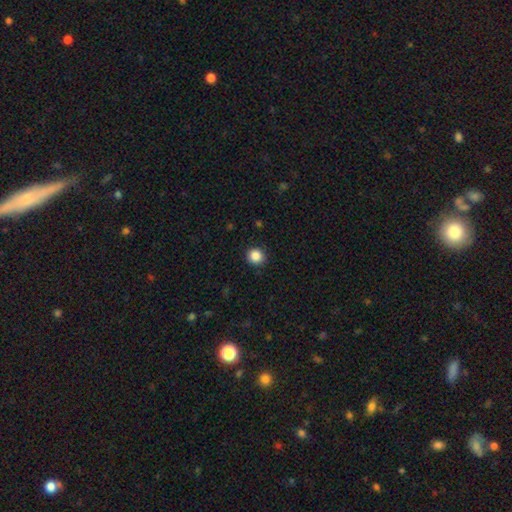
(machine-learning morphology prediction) Smooth or featured?
  - smooth: 86% *
  - star or artifact: 10%
  - featured or disk: 3%
How rounded?
  - round: 90% *
  - in between: 9%
  - cigar-shaped: 1%
Merging?
  - none: 91% *
  - minor disturbance: 6%
  - major disturbance: 2%
  - merger: 1%